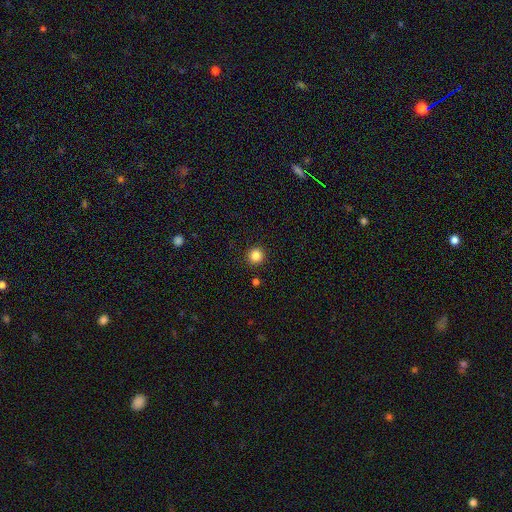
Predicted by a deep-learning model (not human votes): The model was most divided on "smooth or featured": smooth: 84%, star or artifact: 11%, featured or disk: 4%. More confident: how rounded — round (95%); merging — none (92%).